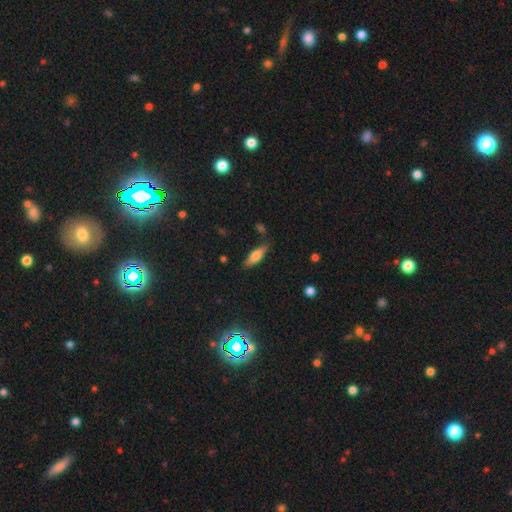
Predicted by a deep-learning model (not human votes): smooth_or_featured: smooth (p=0.61) [alt: featured or disk p=0.31]
how_rounded: cigar-shaped (p=0.51) [alt: in between p=0.46]
merging: none (p=0.82) [alt: minor disturbance p=0.13]